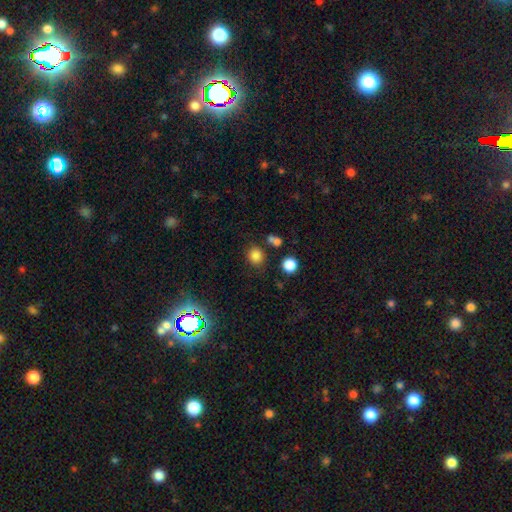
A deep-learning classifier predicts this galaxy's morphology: The model was most divided on "how rounded": round: 79%, in between: 20%, cigar-shaped: 1%. More confident: smooth or featured — smooth (82%); merging — none (76%).